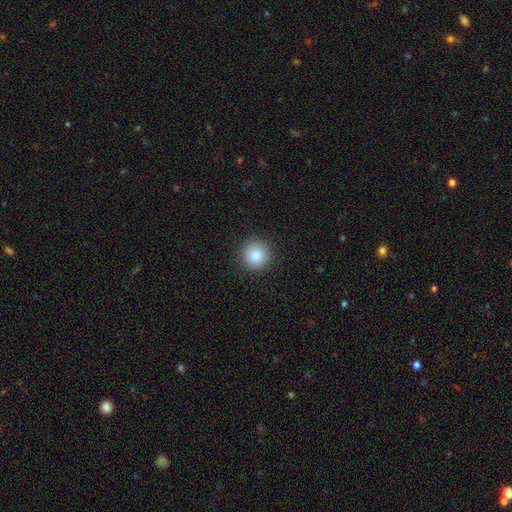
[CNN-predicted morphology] This is clearly a smooth galaxy (84%). How rounded: clearly round (93%). Merging: clearly none (90%).